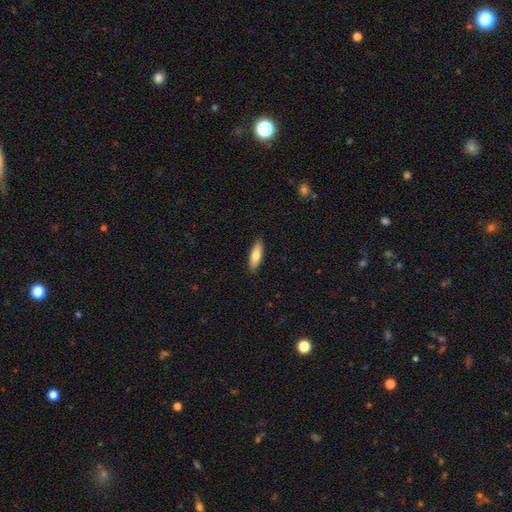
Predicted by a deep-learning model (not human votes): The model was most divided on "how rounded": in between: 55%, cigar-shaped: 44%, round: 2%. More confident: merging — none (88%); smooth or featured — smooth (77%).